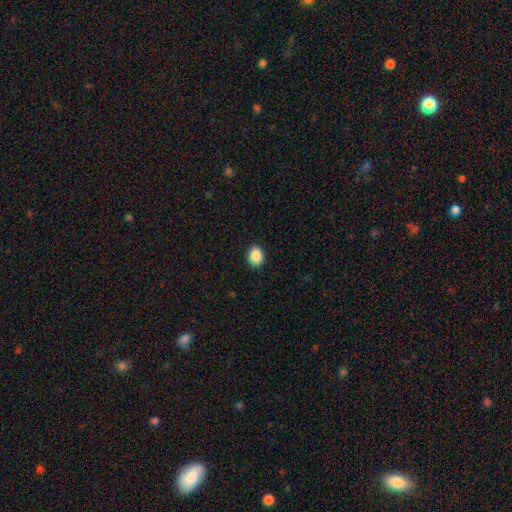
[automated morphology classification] type=smooth (88%); roundness=in between (50%); merging=none (90%).